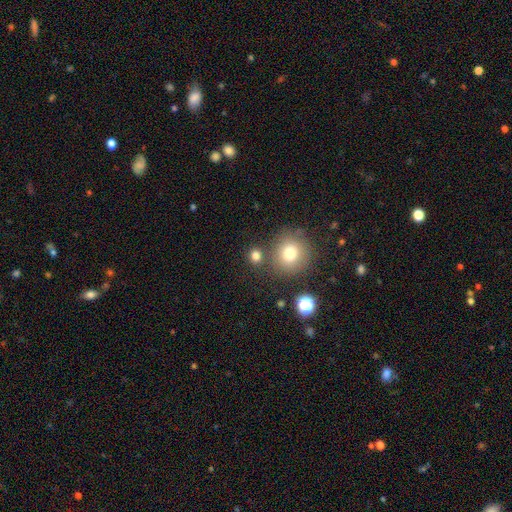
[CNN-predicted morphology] Smooth or featured: smooth — 78% (star or artifact — 16%)
How rounded: round — 85% (in between — 14%)
Merging: none — 76% (merger — 12%)